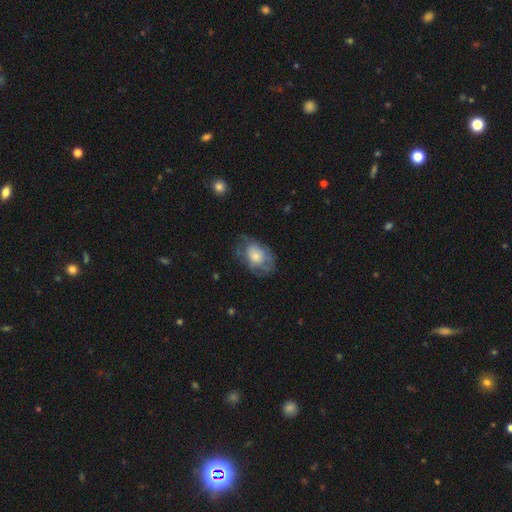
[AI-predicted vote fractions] smooth 51%, featured or disk 41%, star or artifact 8%. Down the decision tree: how rounded — in between (80%); merging — none (55%).